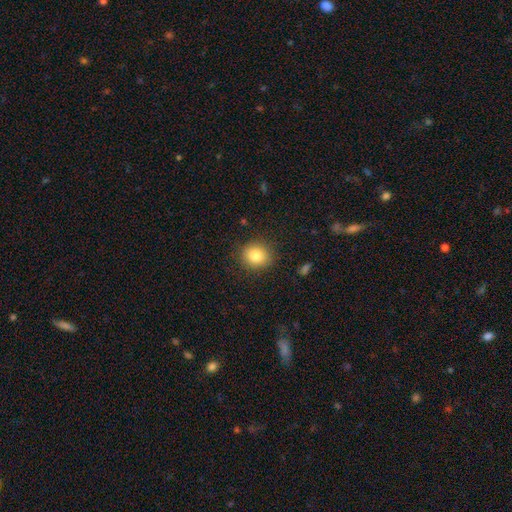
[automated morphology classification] Smooth or featured? smooth (82%)
How rounded? round (80%)
Merging? none (88%)